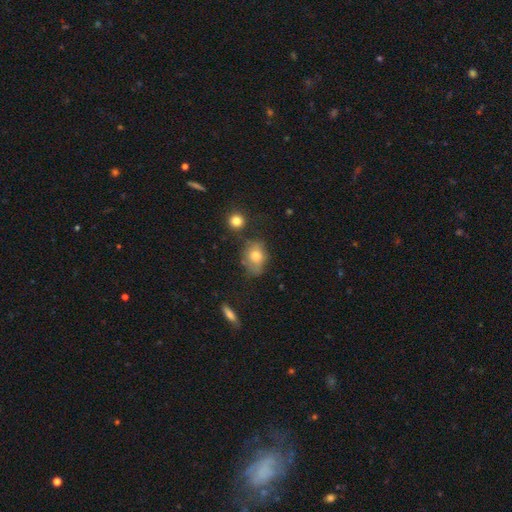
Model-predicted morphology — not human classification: smooth-or-featured: smooth: 71% | featured or disk: 19% | star or artifact: 10%
  how-rounded: in between: 66% | round: 32% | cigar-shaped: 2%
  merging: none: 54% | minor disturbance: 28% | major disturbance: 12% | merger: 6%